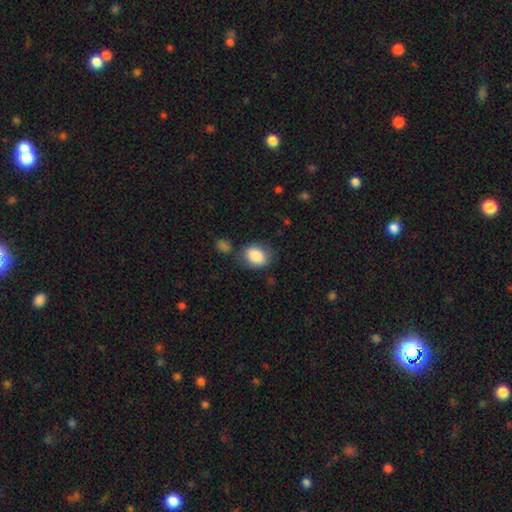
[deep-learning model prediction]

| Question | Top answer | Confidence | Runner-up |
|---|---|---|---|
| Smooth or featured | smooth | 87% | star or artifact (8%) |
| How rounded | in between | 64% | round (34%) |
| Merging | none | 68% | minor disturbance (18%) |